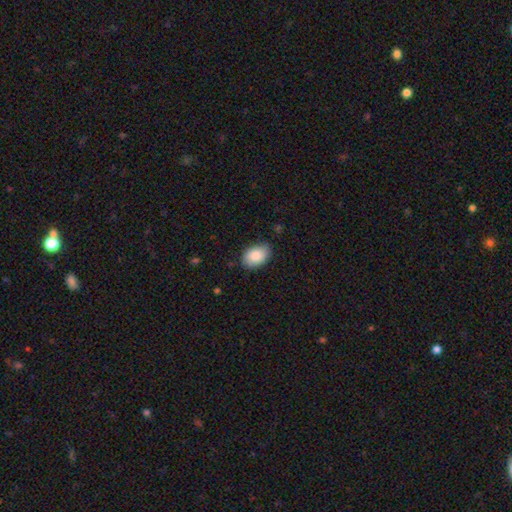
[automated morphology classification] The model was most divided on "merging": none: 82%, minor disturbance: 14%, major disturbance: 3%, merger: 1%. More confident: how rounded — in between (88%); smooth or featured — smooth (88%).